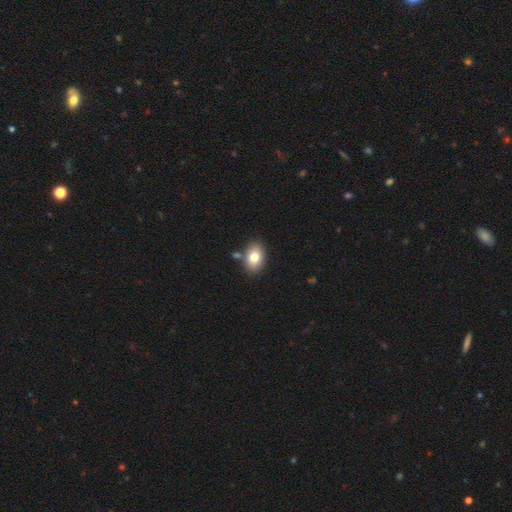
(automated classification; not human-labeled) Q: Smooth or featured?
A: smooth (79%); runner-up: featured or disk (13%)
Q: How rounded?
A: in between (83%); runner-up: round (16%)
Q: Merging?
A: none (79%); runner-up: minor disturbance (11%)